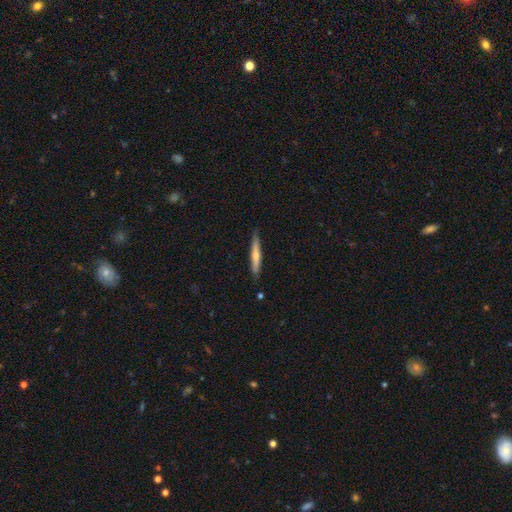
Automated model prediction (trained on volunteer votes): smooth_or_featured: smooth (p=0.54) [alt: featured or disk p=0.41]
how_rounded: cigar-shaped (p=0.93) [alt: in between p=0.05]
merging: none (p=0.82) [alt: minor disturbance p=0.14]